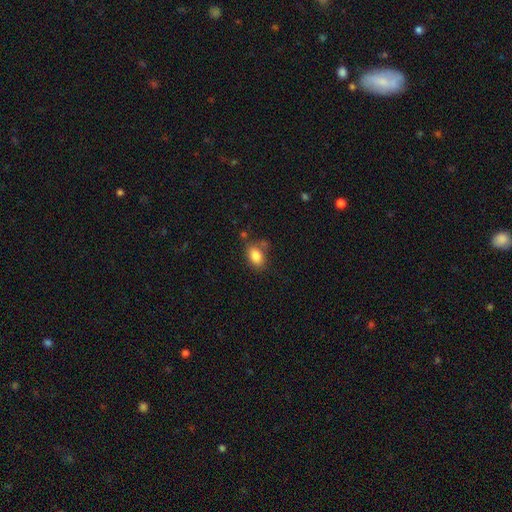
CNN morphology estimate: This is clearly a smooth galaxy (85%). How rounded: clearly in between (86%). Merging: likely none (66%).